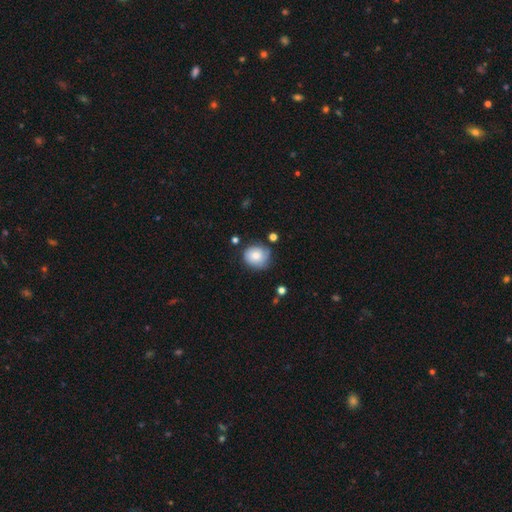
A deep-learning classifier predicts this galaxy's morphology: type=smooth (71%); roundness=round (79%); merging=none (65%).